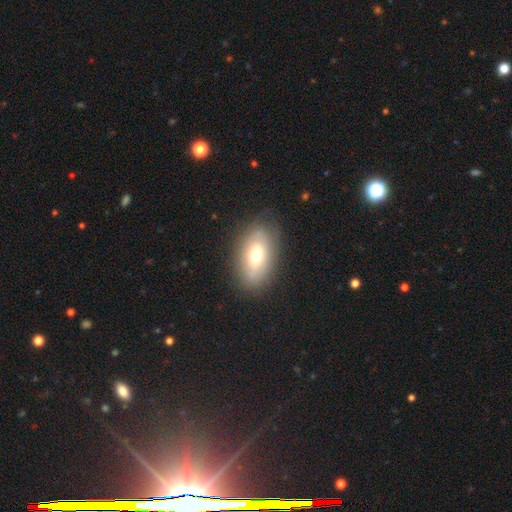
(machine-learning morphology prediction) smooth 58%, featured or disk 34%, star or artifact 8%. Down the decision tree: how rounded — in between (89%); merging — none (79%).